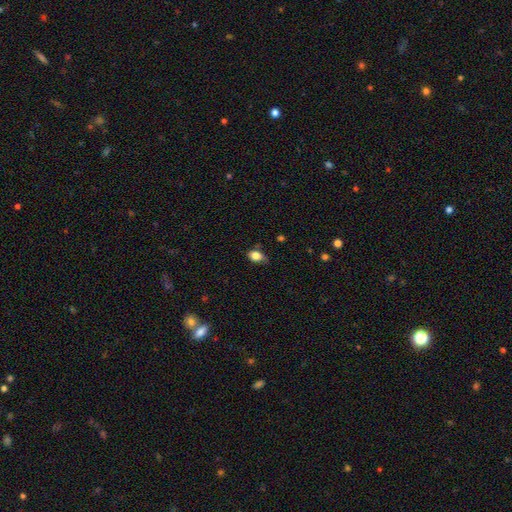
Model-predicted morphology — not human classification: A smooth galaxy with no disk features (81%) that is in between round and cigar-shaped (79%). Merging: none (58%).